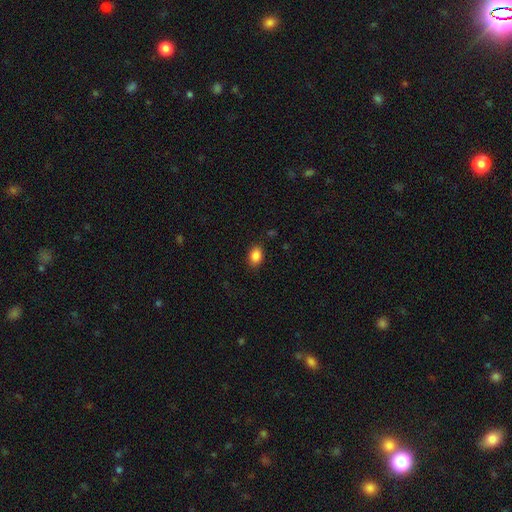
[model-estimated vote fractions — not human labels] Morphology: type=smooth (86%); roundness=in between (75%); merging=none (86%).